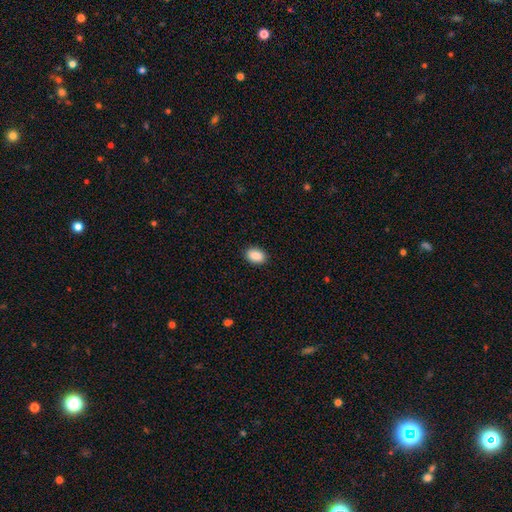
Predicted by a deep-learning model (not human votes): Morphology: type=smooth (90%); roundness=in between (84%); merging=none (90%).